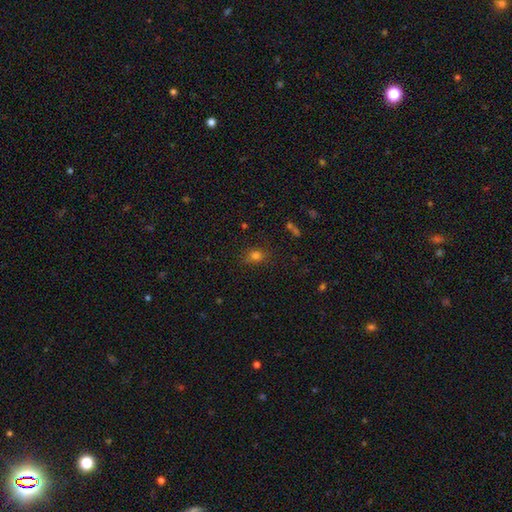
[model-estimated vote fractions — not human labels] smooth_or_featured: smooth (p=0.75) [alt: star or artifact p=0.17]
how_rounded: round (p=0.56) [alt: in between p=0.42]
merging: none (p=0.78) [alt: minor disturbance p=0.16]